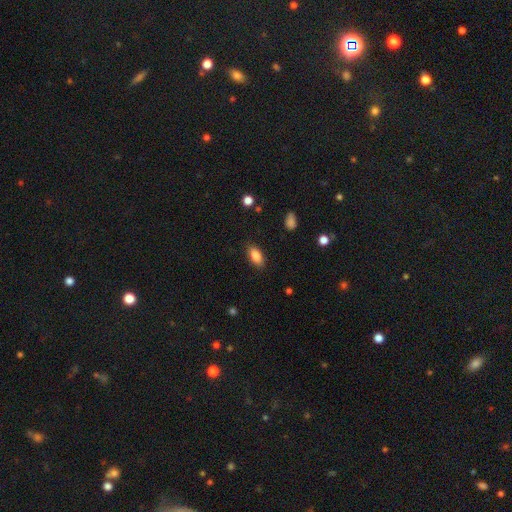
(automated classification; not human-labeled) A smooth galaxy with no disk features (86%) that is in between round and cigar-shaped (89%).

Vote fractions:
- Smooth or featured? smooth: 86% / star or artifact: 8% / featured or disk: 6%
- How rounded? in between: 89% / cigar-shaped: 8% / round: 4%
- Merging? none: 86% / minor disturbance: 10% / major disturbance: 3% / merger: 1%